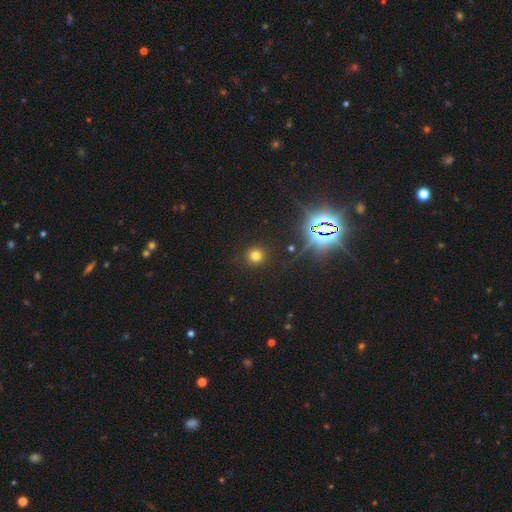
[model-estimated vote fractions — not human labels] Smooth or featured: smooth — 71% (star or artifact — 22%)
How rounded: round — 93% (in between — 6%)
Merging: none — 90% (minor disturbance — 6%)